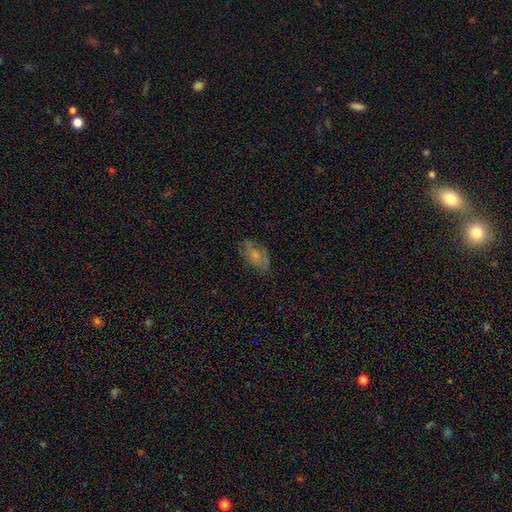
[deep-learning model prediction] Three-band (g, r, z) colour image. It shows a smooth galaxy with no disk features (57%) that is in between round and cigar-shaped (88%). Merging: none (65%).